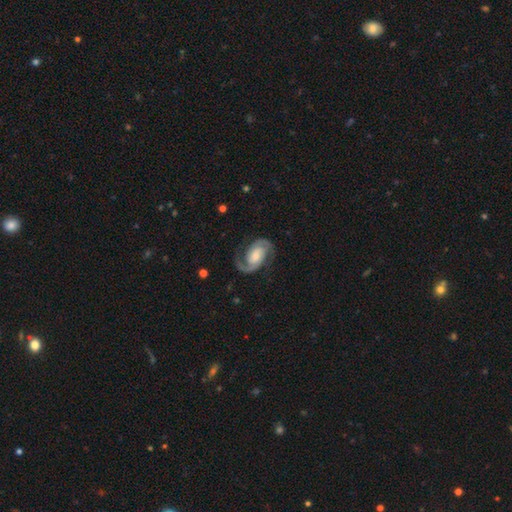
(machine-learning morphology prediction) This is clearly a featured or disk galaxy (91%). It is clearly not viewed edge-on (98%). Bar: possibly no (51%). Spiral arm pattern: clearly yes (98%). Spiral arm count: clearly 2 (93%). Spiral winding: possibly medium (53%). Central bulge: marginally moderate (38%). Merging: likely none (79%).